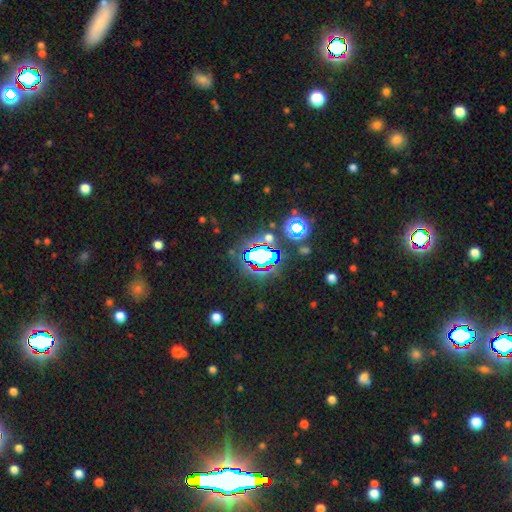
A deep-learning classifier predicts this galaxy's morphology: This is clearly a star or artifact rather than a galaxy (81%).